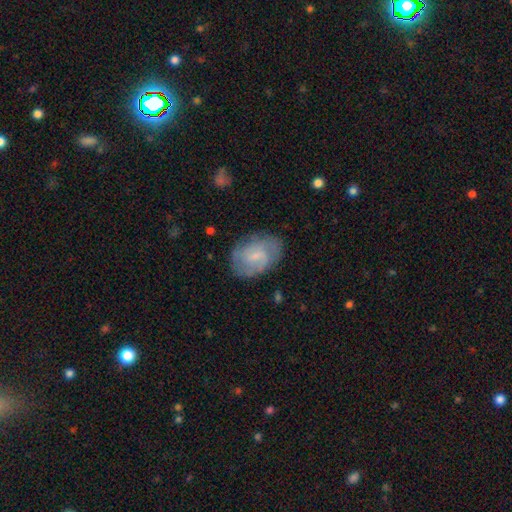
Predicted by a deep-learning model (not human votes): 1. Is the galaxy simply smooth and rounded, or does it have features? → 57% featured or disk, 36% smooth, 7% star or artifact.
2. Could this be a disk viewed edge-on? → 97% no, 3% yes.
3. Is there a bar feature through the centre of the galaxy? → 48% weak, 44% no, 7% strong.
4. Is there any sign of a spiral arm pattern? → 84% yes, 16% no.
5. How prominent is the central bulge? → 61% small, 22% moderate, 14% none, 2% large, 1% dominant.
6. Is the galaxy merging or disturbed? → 73% none, 19% minor disturbance, 7% major disturbance, 1% merger.